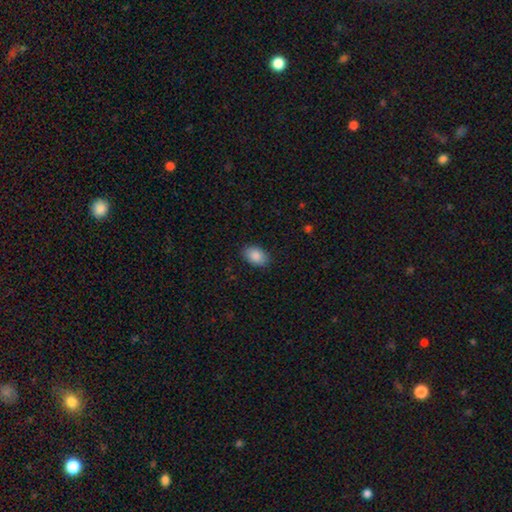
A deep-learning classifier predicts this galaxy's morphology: smooth_or_featured: smooth (p=0.88) [alt: star or artifact p=0.07]
how_rounded: in between (p=0.88) [alt: round p=0.11]
merging: none (p=0.86) [alt: minor disturbance p=0.10]